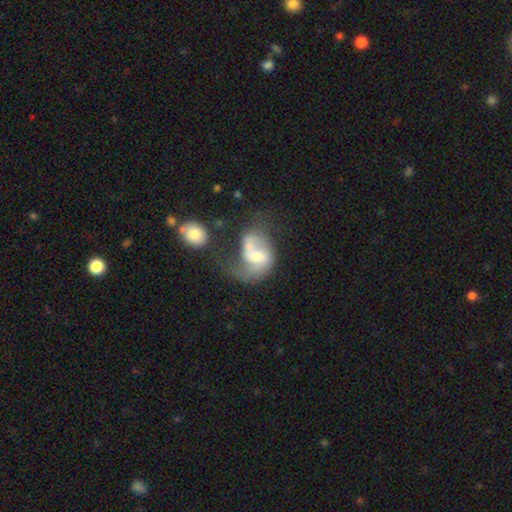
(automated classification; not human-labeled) smooth_or_featured: featured or disk (p=0.59) [alt: smooth p=0.33]
disk_edge_on: no (p=0.97) [alt: yes p=0.03]
bar: no (p=0.55) [alt: weak p=0.35]
has_spiral_arms: yes (p=0.66) [alt: no p=0.34]
bulge_size: moderate (p=0.48) [alt: small p=0.26]
merging: major disturbance (p=0.38) [alt: merger p=0.31]